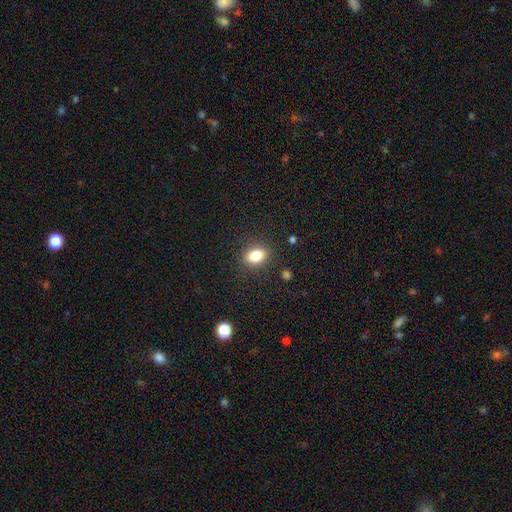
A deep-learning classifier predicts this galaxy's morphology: Overall: smooth (83%). How rounded: in between (74%). Merging: none (86%).